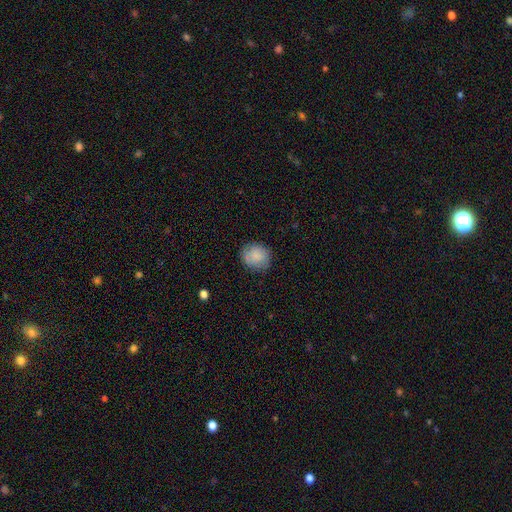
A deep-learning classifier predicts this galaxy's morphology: Smooth or featured: smooth — 86% (star or artifact — 8%)
How rounded: round — 75% (in between — 24%)
Merging: none — 80% (minor disturbance — 15%)